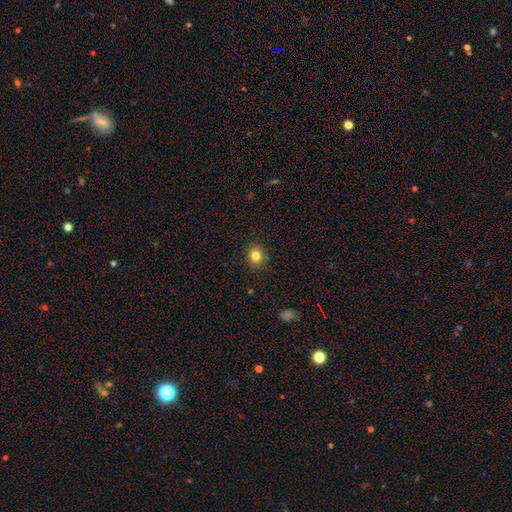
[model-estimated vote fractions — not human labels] Overall: smooth (82%). How rounded: round (75%). Merging: none (89%).